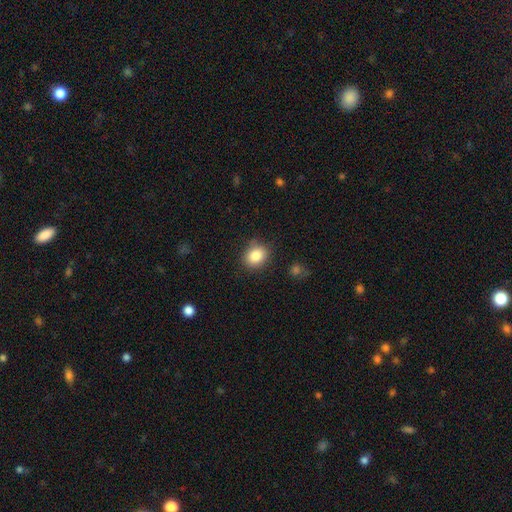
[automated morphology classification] Smooth or featured? Predicted: smooth (p=0.84). How rounded? Predicted: round (p=0.64). Merging? Predicted: none (p=0.82).